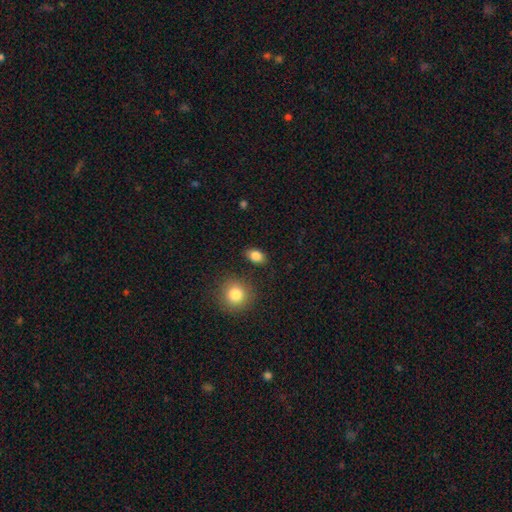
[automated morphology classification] Smooth or featured?
  - smooth: 85% *
  - star or artifact: 9%
  - featured or disk: 6%
How rounded?
  - in between: 81% *
  - round: 17%
  - cigar-shaped: 2%
Merging?
  - none: 85% *
  - minor disturbance: 10%
  - merger: 3%
  - major disturbance: 3%